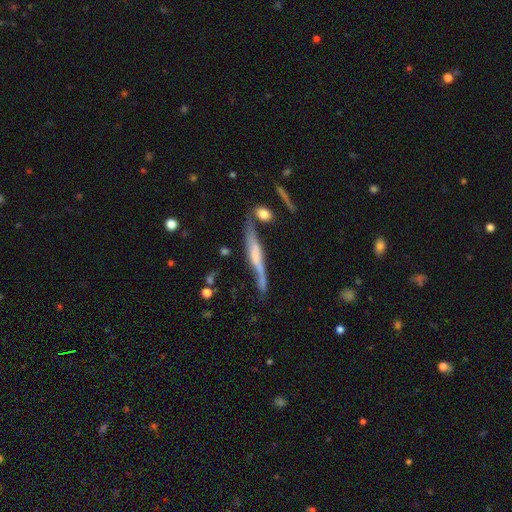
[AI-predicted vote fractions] smooth-or-featured: featured or disk: 70% | smooth: 23% | star or artifact: 7%
  disk-edge-on: yes: 86% | no: 14%
    edge-on-bulge: boxy: 41% | rounded: 34% | none: 25%
  merging: none: 57% | minor disturbance: 23% | merger: 10% | major disturbance: 9%